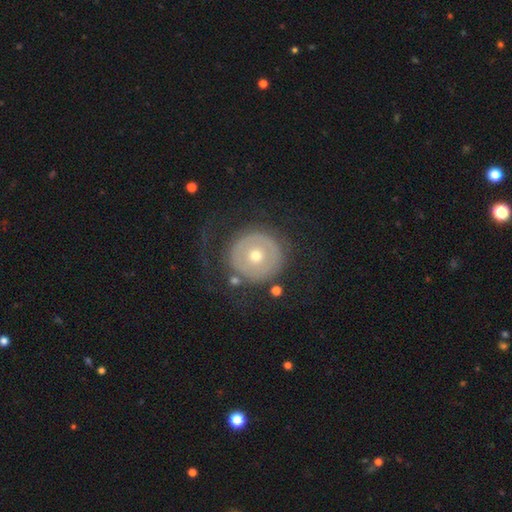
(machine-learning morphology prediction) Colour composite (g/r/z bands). It shows a featured or disk galaxy (47%). Merging: none (72%).